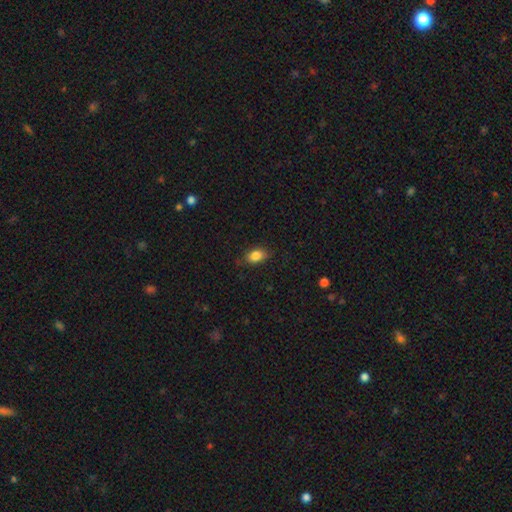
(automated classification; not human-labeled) Smooth or featured?
  - smooth: 84% *
  - star or artifact: 9%
  - featured or disk: 7%
How rounded?
  - in between: 80% *
  - round: 18%
  - cigar-shaped: 2%
Merging?
  - none: 80% *
  - minor disturbance: 15%
  - major disturbance: 3%
  - merger: 1%